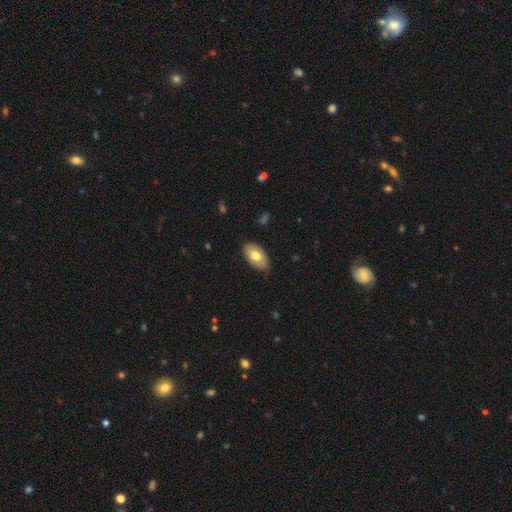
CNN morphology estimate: A smooth galaxy with no disk features (73%) that is in between round and cigar-shaped (94%). Merging: none (81%).